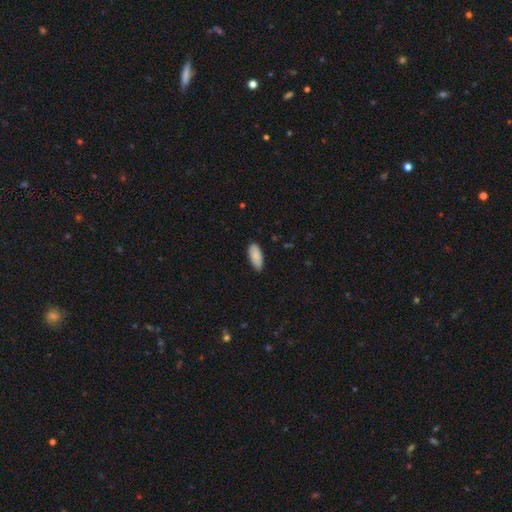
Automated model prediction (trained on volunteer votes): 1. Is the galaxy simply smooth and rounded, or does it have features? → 88% smooth, 7% featured or disk, 6% star or artifact.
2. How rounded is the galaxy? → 87% in between, 12% cigar-shaped, 2% round.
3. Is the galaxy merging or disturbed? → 80% none, 17% minor disturbance, 2% major disturbance, 1% merger.